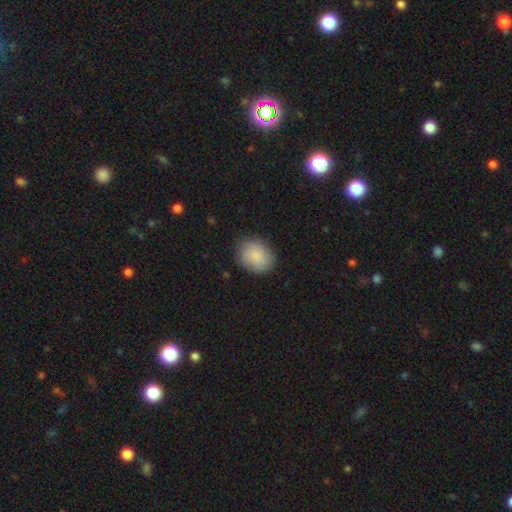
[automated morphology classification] Smooth or featured? smooth (87%)
How rounded? round (58%)
Merging? none (82%)